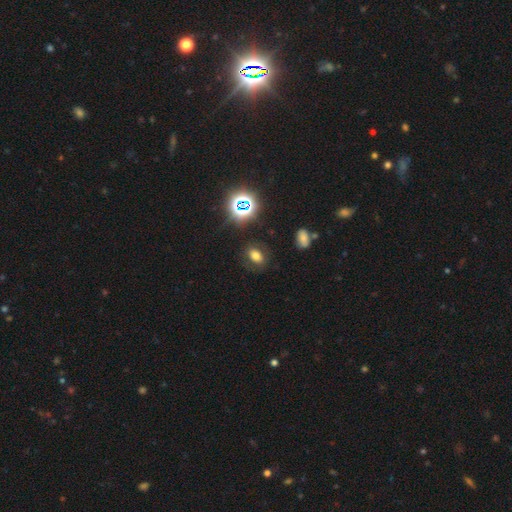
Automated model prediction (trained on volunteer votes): Smooth or featured? Predicted: smooth (p=0.64). How rounded? Predicted: in between (p=0.75). Merging? Predicted: none (p=0.81).